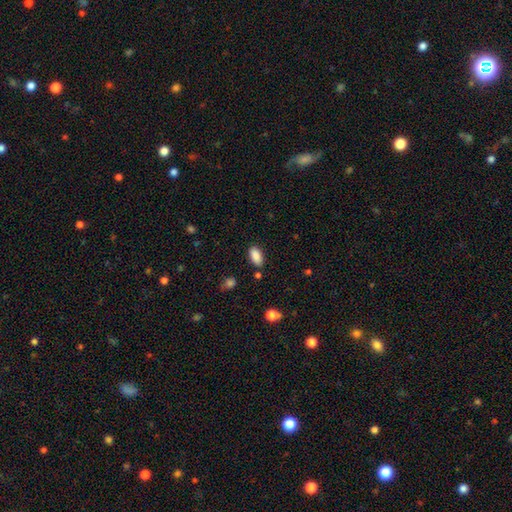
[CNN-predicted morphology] Smooth or featured: smooth — 88% (star or artifact — 8%)
How rounded: in between — 92% (cigar-shaped — 5%)
Merging: none — 84% (minor disturbance — 11%)